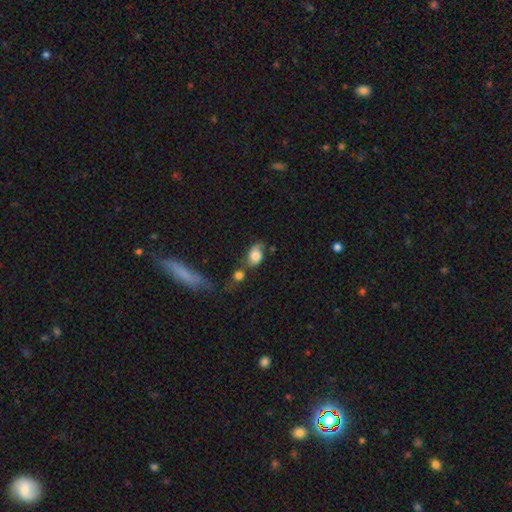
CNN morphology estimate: The model was most divided on "merging": none: 45%, merger: 25%, minor disturbance: 20%, major disturbance: 9%. More confident: how rounded — in between (81%); smooth or featured — smooth (76%).